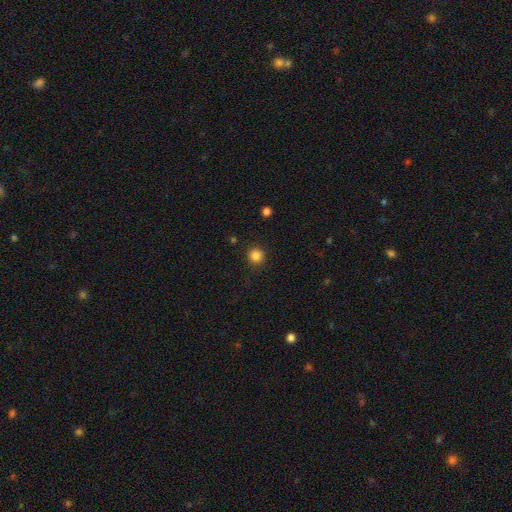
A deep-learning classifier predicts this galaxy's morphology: type=smooth (85%); roundness=round (94%); merging=none (90%).